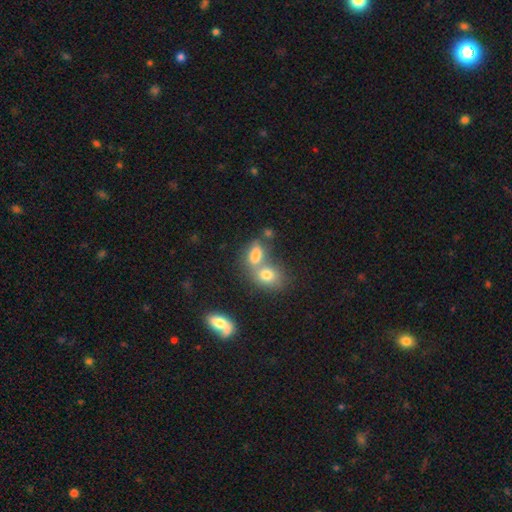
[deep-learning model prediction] A smooth galaxy with no disk features (76%) that is in between round and cigar-shaped (80%).

Vote fractions:
- Smooth or featured? smooth: 76% / featured or disk: 12% / star or artifact: 11%
- How rounded? in between: 80% / round: 17% / cigar-shaped: 3%
- Merging? merger: 56% / none: 30% / minor disturbance: 9% / major disturbance: 4%